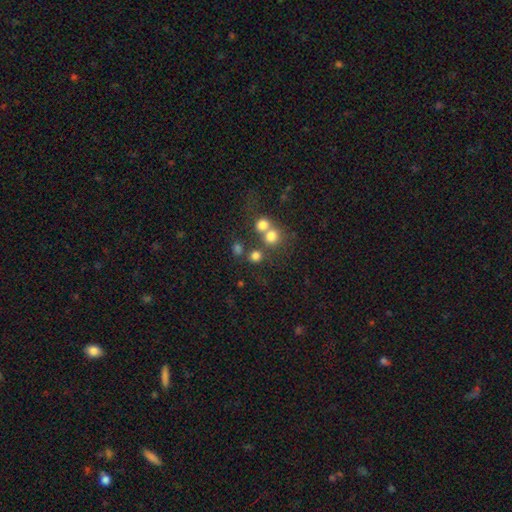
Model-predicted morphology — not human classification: Q: Smooth or featured?
A: smooth (75%); runner-up: star or artifact (16%)
Q: How rounded?
A: round (83%); runner-up: in between (16%)
Q: Merging?
A: none (56%); runner-up: merger (31%)